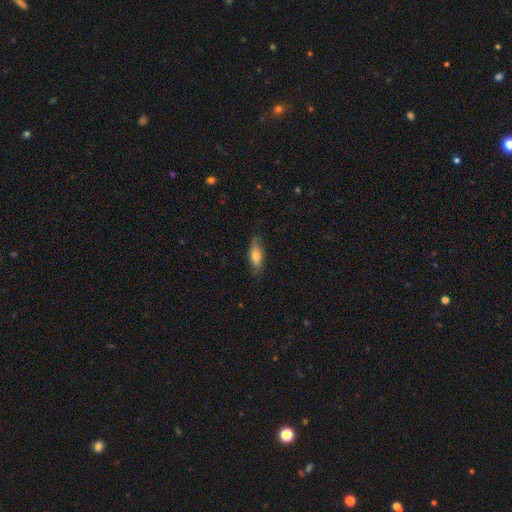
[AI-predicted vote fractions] Smooth or featured? Predicted: smooth (p=0.69). How rounded? Predicted: in between (p=0.66). Merging? Predicted: none (p=0.77).